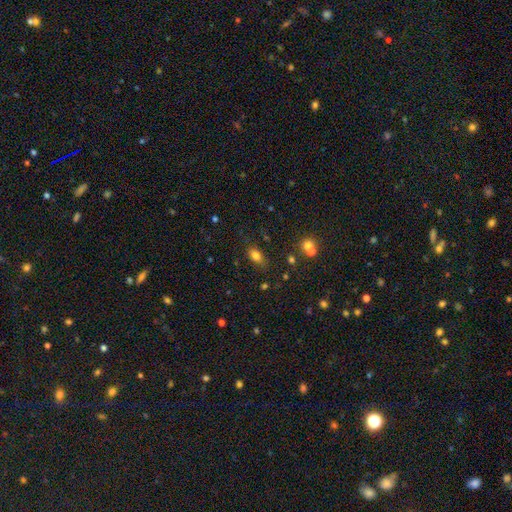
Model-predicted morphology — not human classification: This is likely a smooth galaxy (78%). How rounded: clearly in between (83%). Merging: likely none (75%).